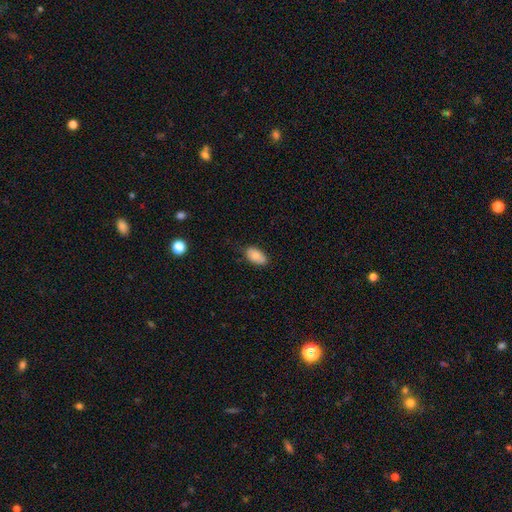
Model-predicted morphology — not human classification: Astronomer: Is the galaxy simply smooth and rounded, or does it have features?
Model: smooth — 84%.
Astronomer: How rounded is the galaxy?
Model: in between — 94%.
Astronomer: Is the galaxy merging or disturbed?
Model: none — 75%.